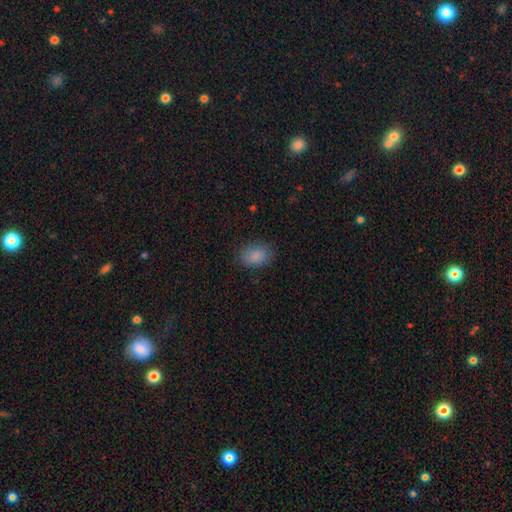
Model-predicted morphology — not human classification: Smooth or featured: smooth — 87% (star or artifact — 8%)
How rounded: in between — 81% (round — 18%)
Merging: none — 82% (minor disturbance — 13%)